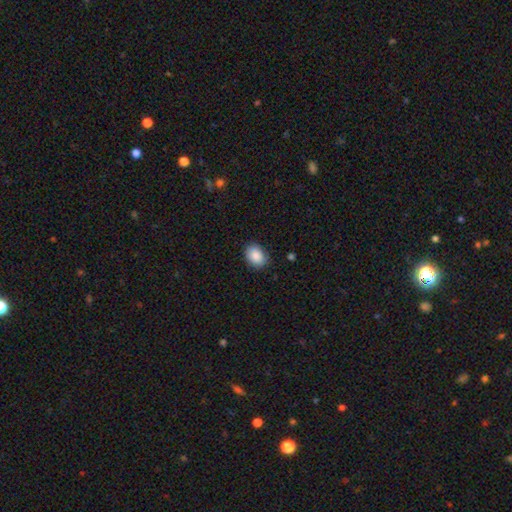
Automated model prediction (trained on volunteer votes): Smooth or featured? smooth (88%)
How rounded? in between (69%)
Merging? none (83%)